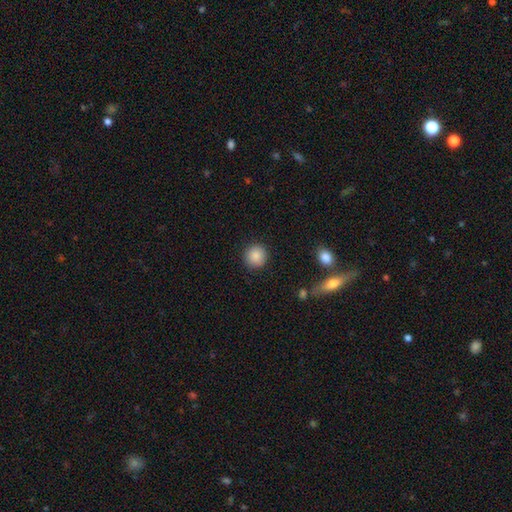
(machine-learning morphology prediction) Smooth or featured?
  - smooth: 87% *
  - star or artifact: 8%
  - featured or disk: 4%
How rounded?
  - round: 93% *
  - in between: 6%
  - cigar-shaped: 1%
Merging?
  - none: 90% *
  - minor disturbance: 6%
  - major disturbance: 2%
  - merger: 1%